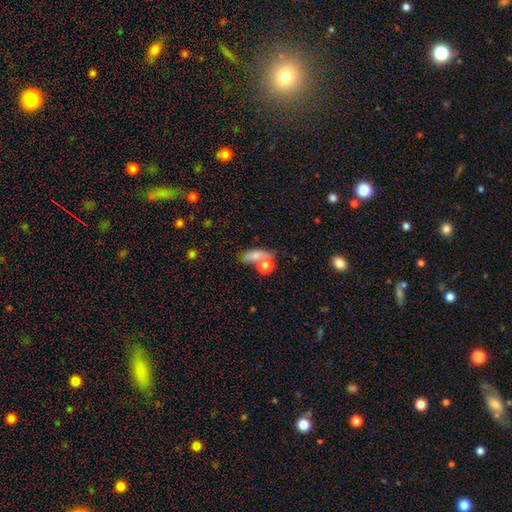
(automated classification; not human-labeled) Q: Smooth or featured?
A: smooth (67%); runner-up: featured or disk (20%)
Q: How rounded?
A: in between (63%); runner-up: round (29%)
Q: Merging?
A: merger (43%); runner-up: none (32%)